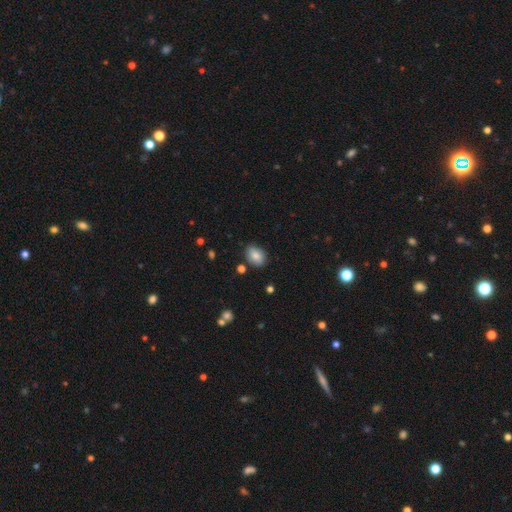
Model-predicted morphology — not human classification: Overall: smooth (84%). How rounded: in between (76%). Merging: none (81%).